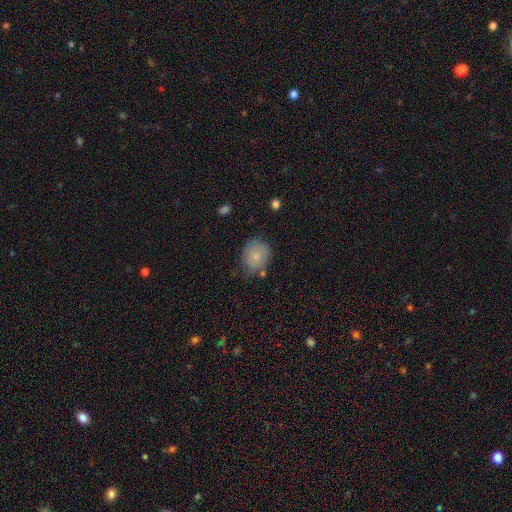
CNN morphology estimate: type=smooth (80%); roundness=round (69%); merging=none (64%).